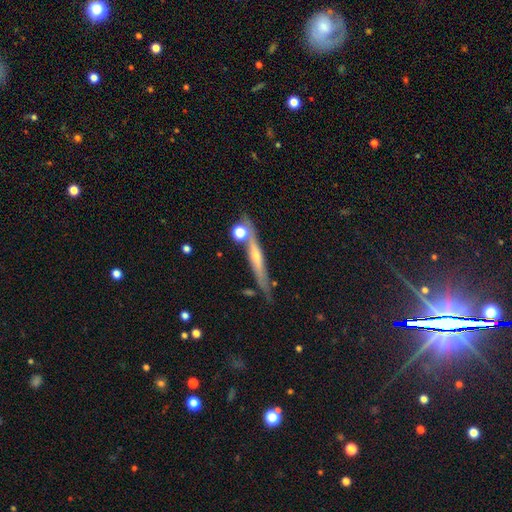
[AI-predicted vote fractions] Smooth or featured? Predicted: featured or disk (p=0.63). Edge-on disk? Predicted: yes (p=0.91). Edge-on bulge? Predicted: rounded (p=0.72). Merging? Predicted: none (p=0.70).